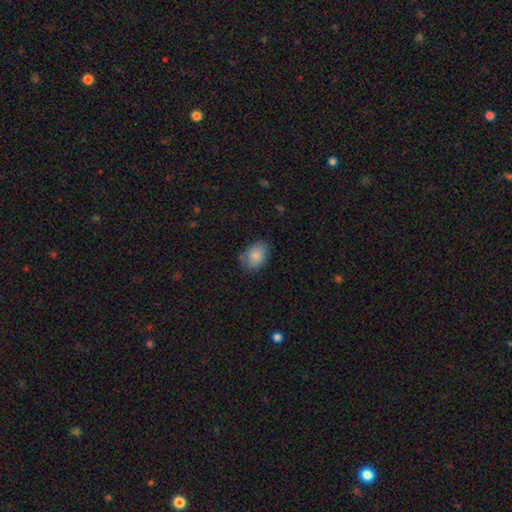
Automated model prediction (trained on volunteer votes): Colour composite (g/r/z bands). It shows a smooth galaxy with no disk features (86%) that is in between round and cigar-shaped (77%). Merging: none (74%).